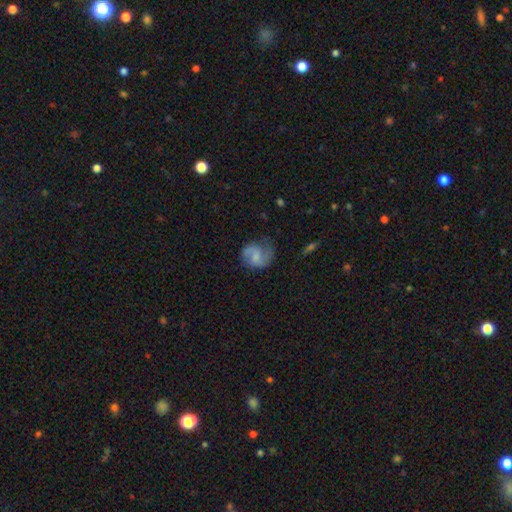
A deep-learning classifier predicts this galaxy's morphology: The model was most divided on "bar" (2-way tie): weak: 45%, no: 45%, strong: 10%. Remaining: edge-on disk — no (98%); spiral arms — yes (92%); spiral arm count — 2 (83%); smooth or featured — featured or disk (65%); merging — none (64%); spiral winding — medium (48%); bulge size — none (39%).